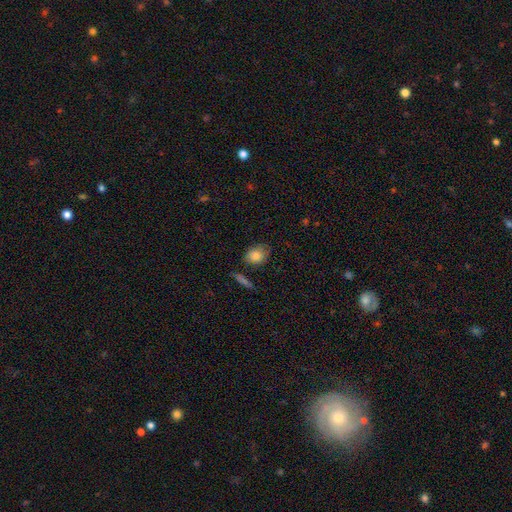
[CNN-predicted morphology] Smooth or featured? Predicted: smooth (p=0.83). How rounded? Predicted: in between (p=0.55). Merging? Predicted: none (p=0.68).